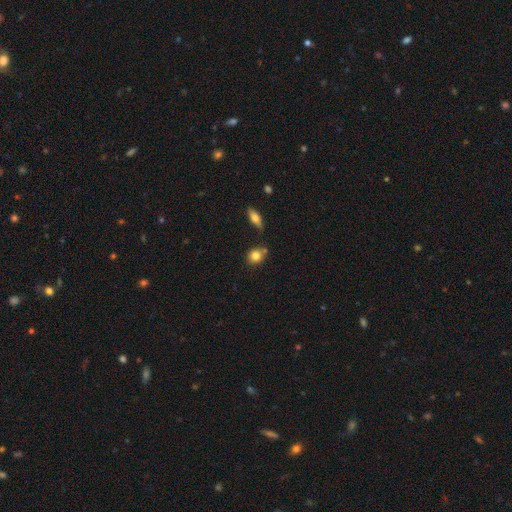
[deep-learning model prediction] A smooth galaxy with no disk features (81%) that is round (73%). Merging: none (66%).